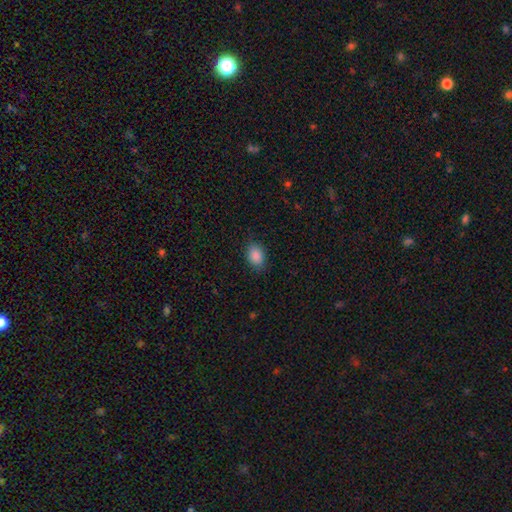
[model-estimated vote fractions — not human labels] Smooth or featured?
  - smooth: 88% *
  - star or artifact: 8%
  - featured or disk: 3%
How rounded?
  - in between: 76% *
  - round: 23%
  - cigar-shaped: 1%
Merging?
  - none: 84% *
  - minor disturbance: 12%
  - major disturbance: 3%
  - merger: 1%